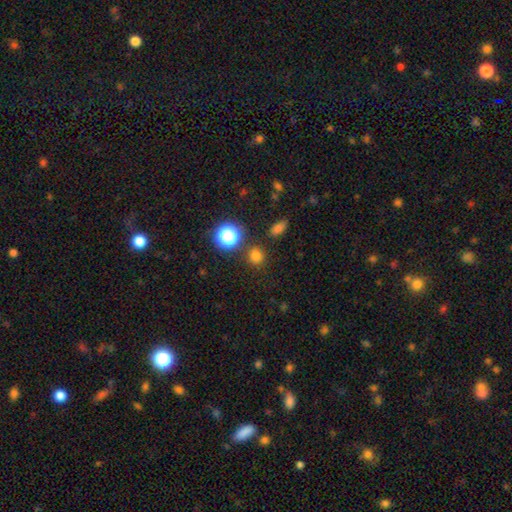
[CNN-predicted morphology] Overall: smooth (75%). How rounded: round (87%). Merging: none (84%).